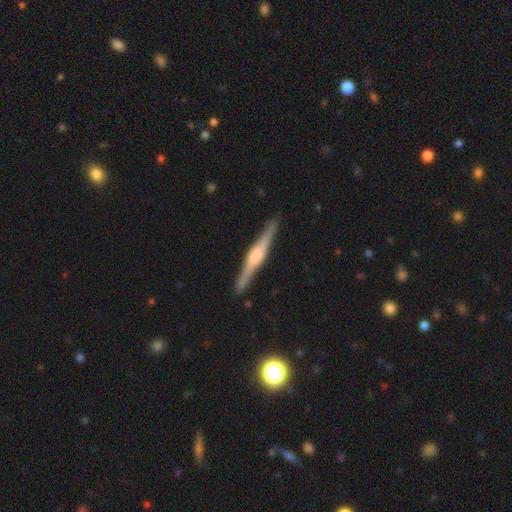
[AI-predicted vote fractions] This appears to be a featured or disk galaxy (80%) viewed edge-on (98%) with a rounded central bulge (66%). Merging: none (90%).